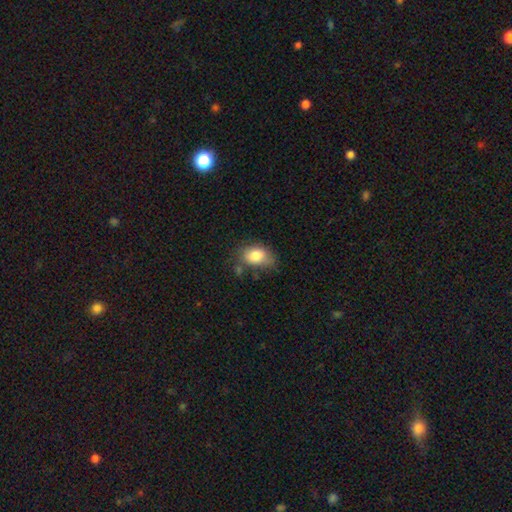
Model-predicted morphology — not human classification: The model was most divided on "merging": none: 54%, minor disturbance: 31%, major disturbance: 9%, merger: 6%. More confident: smooth or featured — smooth (82%); how rounded — in between (81%).